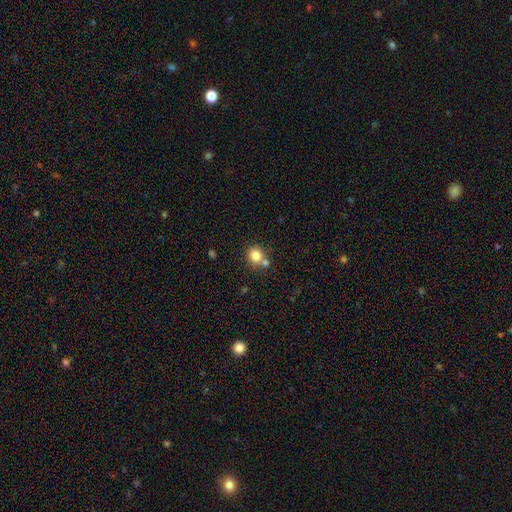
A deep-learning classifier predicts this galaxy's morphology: A smooth galaxy with no disk features (80%) that is round (81%).

Vote fractions:
- Smooth or featured? smooth: 80% / star or artifact: 12% / featured or disk: 8%
- How rounded? round: 81% / in between: 18% / cigar-shaped: 1%
- Merging? none: 63% / merger: 25% / minor disturbance: 10% / major disturbance: 3%